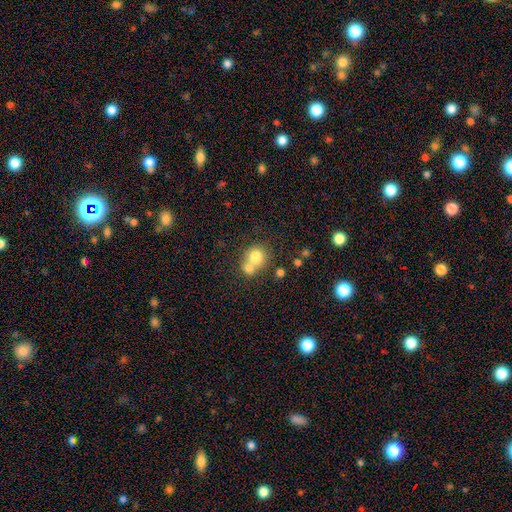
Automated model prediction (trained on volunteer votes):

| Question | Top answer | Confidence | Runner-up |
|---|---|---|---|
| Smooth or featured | smooth | 76% | featured or disk (14%) |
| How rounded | round | 79% | in between (20%) |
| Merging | merger | 57% | none (33%) |